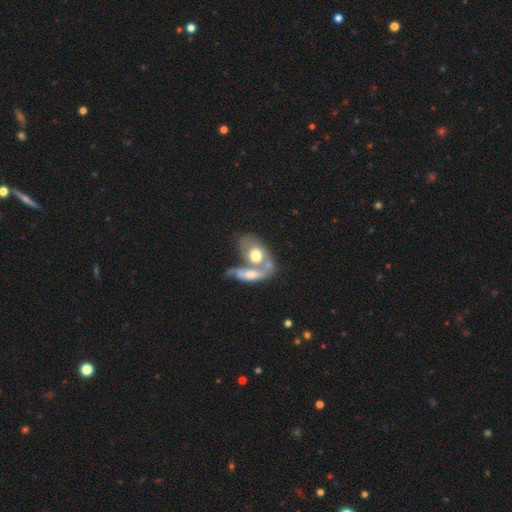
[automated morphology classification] smooth_or_featured: smooth (p=0.47) [alt: featured or disk p=0.46]
merging: merger (p=0.67) [alt: none p=0.16]